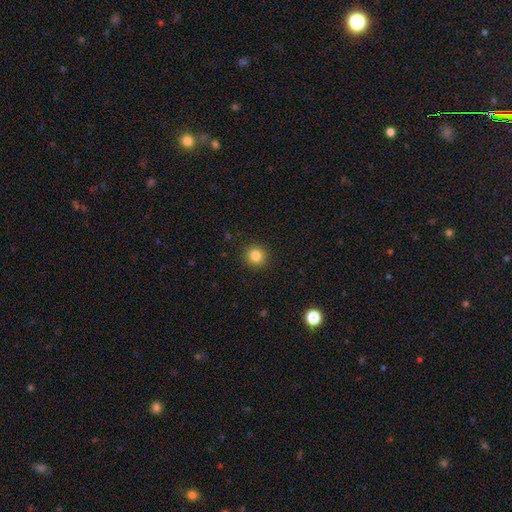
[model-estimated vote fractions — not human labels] Morphology: type=smooth (83%); roundness=round (94%); merging=none (92%).